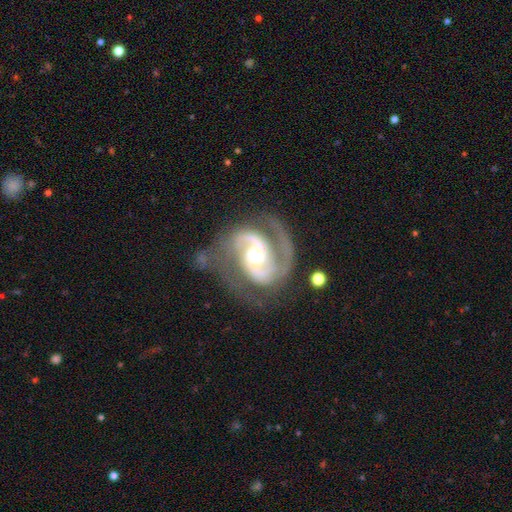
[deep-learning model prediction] featured or disk 93%, star or artifact 4%, smooth 3%. Down the decision tree: edge-on disk — no (98%); bar — no (44%); spiral arms — yes (98%); spiral arm count — 2 (83%); spiral winding — medium (51%); bulge size — moderate (67%); merging — none (63%).